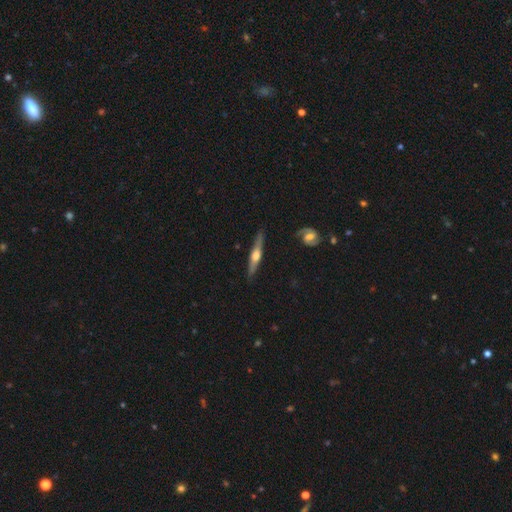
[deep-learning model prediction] This is likely a featured or disk galaxy (68%). It is clearly viewed edge-on (94%). Edge-on bulge: clearly rounded (89%). Merging: clearly none (85%).